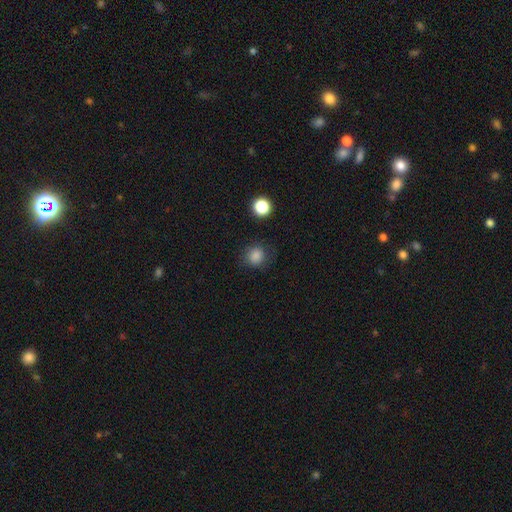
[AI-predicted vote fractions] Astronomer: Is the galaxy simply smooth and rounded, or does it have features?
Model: smooth — 84%.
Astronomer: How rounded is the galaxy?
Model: round — 82%.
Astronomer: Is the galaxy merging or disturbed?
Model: none — 81%.